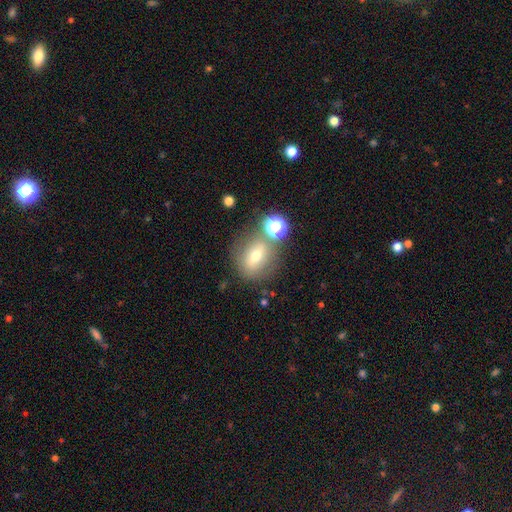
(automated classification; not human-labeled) Smooth or featured?
  - smooth: 54% *
  - featured or disk: 31%
  - star or artifact: 15%
How rounded?
  - round: 64% *
  - in between: 34%
  - cigar-shaped: 2%
Merging?
  - none: 63% *
  - merger: 16%
  - minor disturbance: 14%
  - major disturbance: 6%